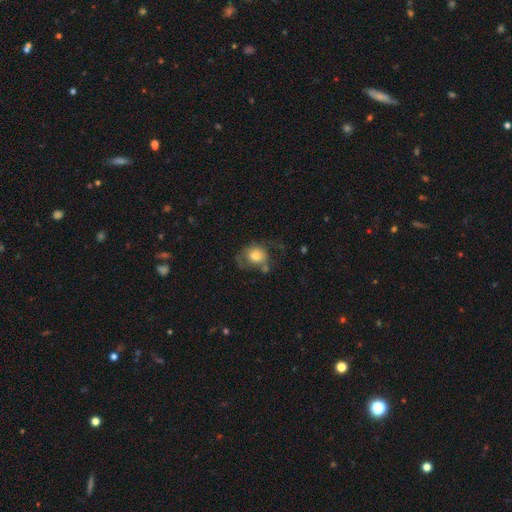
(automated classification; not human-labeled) Q: Smooth or featured?
A: smooth (69%); runner-up: featured or disk (22%)
Q: How rounded?
A: round (57%); runner-up: in between (42%)
Q: Merging?
A: none (36%); runner-up: minor disturbance (27%)